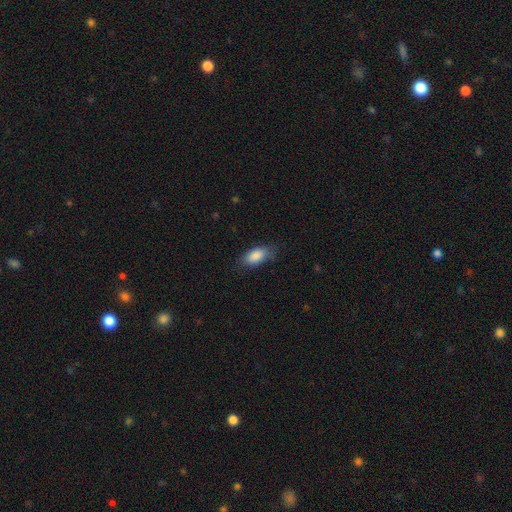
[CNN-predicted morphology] Smooth or featured?
  - smooth: 87% *
  - star or artifact: 7%
  - featured or disk: 6%
How rounded?
  - in between: 90% *
  - cigar-shaped: 7%
  - round: 3%
Merging?
  - none: 75% *
  - minor disturbance: 19%
  - major disturbance: 5%
  - merger: 1%